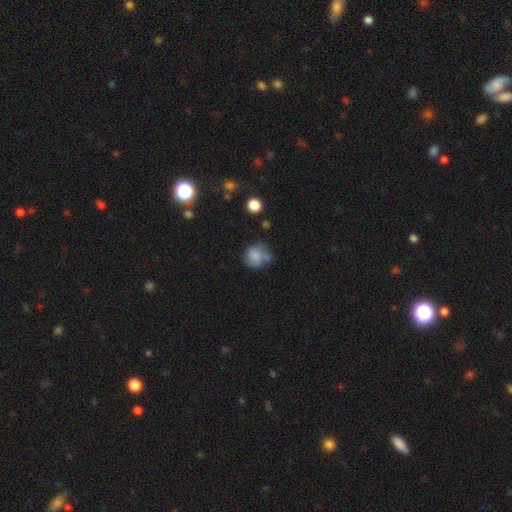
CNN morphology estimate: type=smooth (69%); roundness=round (75%); merging=none (45%).